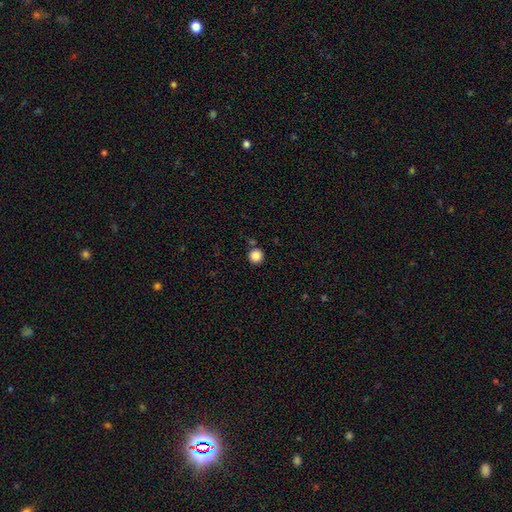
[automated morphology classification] Smooth or featured? smooth (86%)
How rounded? round (96%)
Merging? none (85%)